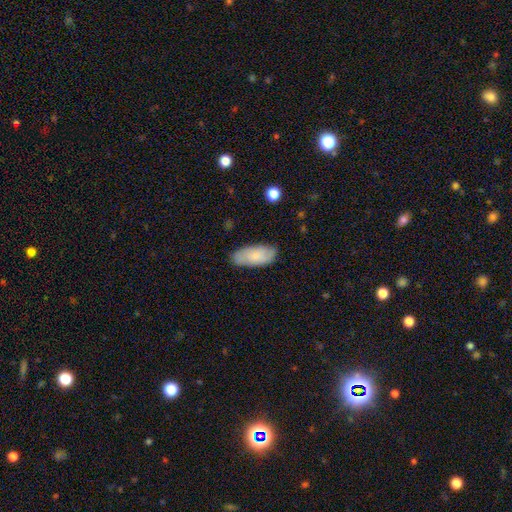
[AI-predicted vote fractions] Smooth or featured? smooth (71%)
How rounded? in between (89%)
Merging? none (79%)